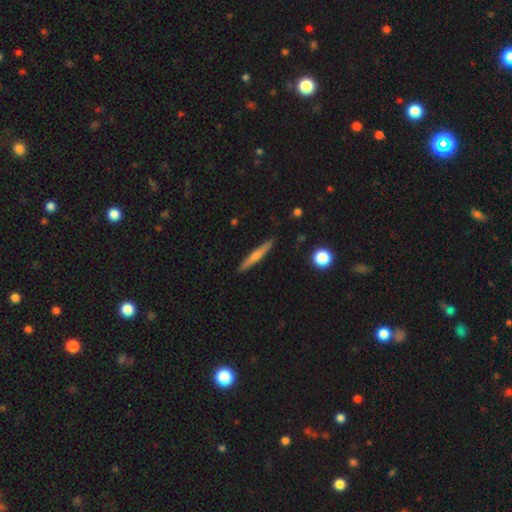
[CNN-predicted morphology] This appears to be a featured or disk galaxy (63%) viewed edge-on (98%) with a rounded central bulge (78%). Merging: none (92%).